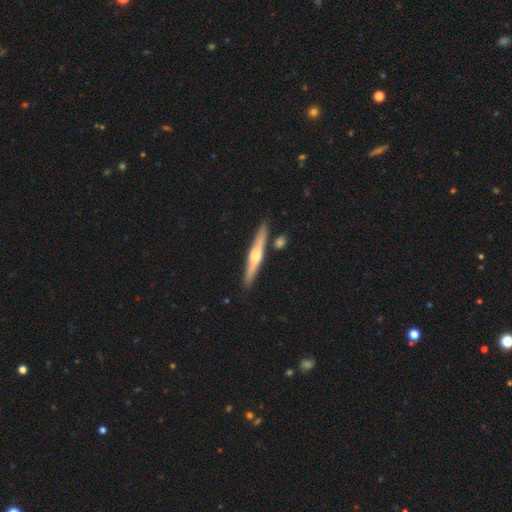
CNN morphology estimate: type=featured or disk (67%); edge-on=yes (97%); edge-on bulge=rounded (89%); merging=none (86%).